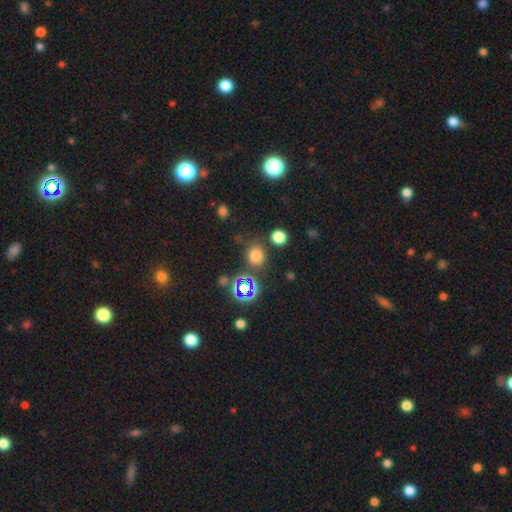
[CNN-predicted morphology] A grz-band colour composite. It shows a smooth galaxy with no disk features (70%) that is round (78%). Merging: none (77%).